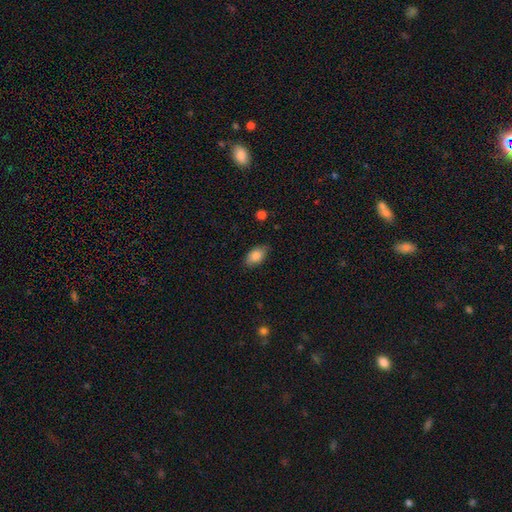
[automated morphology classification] The model was most divided on "merging": none: 82%, minor disturbance: 15%, major disturbance: 3%, merger: 1%. More confident: how rounded — in between (91%); smooth or featured — smooth (84%).